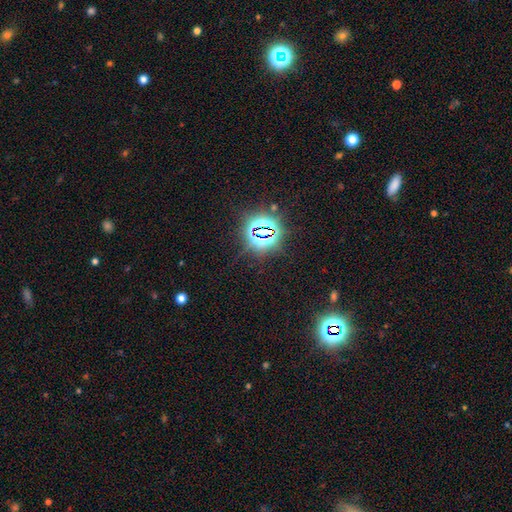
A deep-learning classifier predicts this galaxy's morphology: The model was most divided on "smooth or featured": star or artifact: 82%, smooth: 11%, featured or disk: 7%.